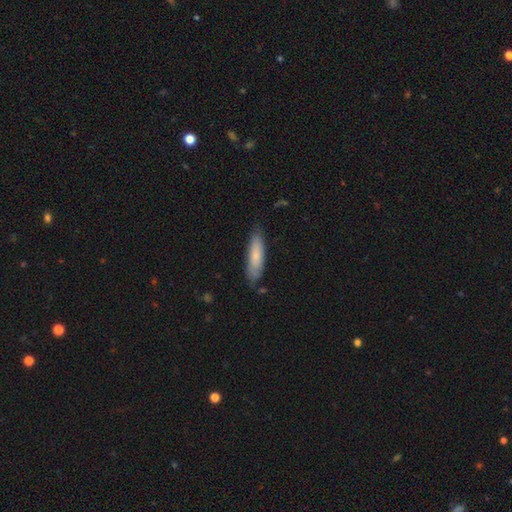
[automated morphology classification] type=smooth (76%); roundness=cigar-shaped (65%); merging=none (77%).